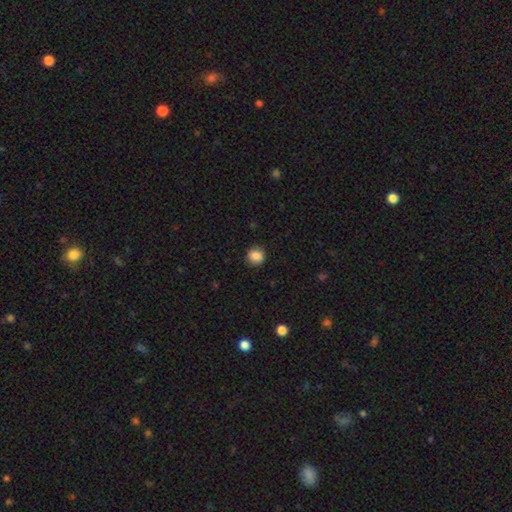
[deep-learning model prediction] This is clearly a smooth galaxy (87%). How rounded: clearly round (87%). Merging: clearly none (88%).